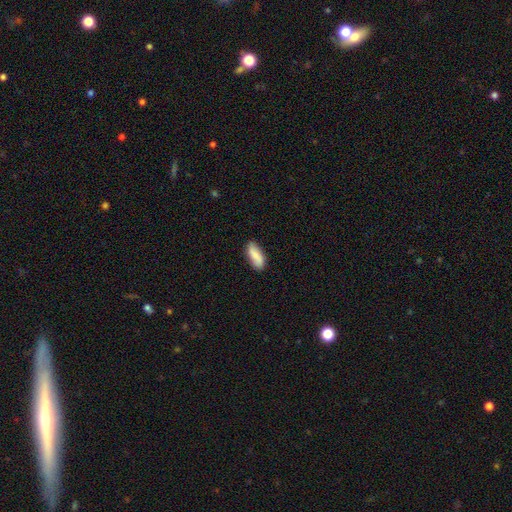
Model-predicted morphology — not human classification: type=smooth (77%); roundness=in between (77%); merging=none (82%).